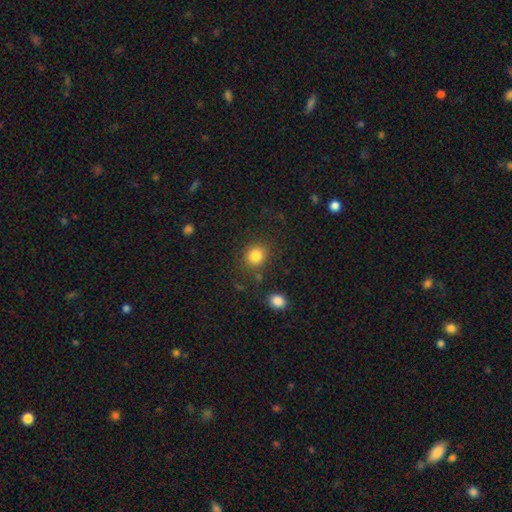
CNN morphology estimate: smooth 83%, star or artifact 11%, featured or disk 6%. Down the decision tree: how rounded — round (80%); merging — none (81%).